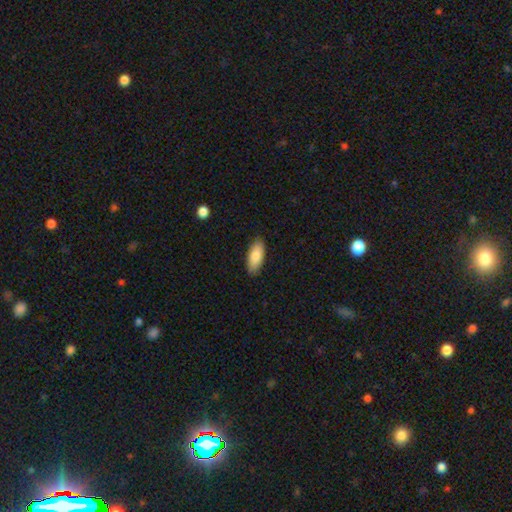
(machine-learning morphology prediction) Q: Smooth or featured?
A: smooth (82%); runner-up: featured or disk (12%)
Q: How rounded?
A: in between (85%); runner-up: cigar-shaped (13%)
Q: Merging?
A: none (88%); runner-up: minor disturbance (10%)